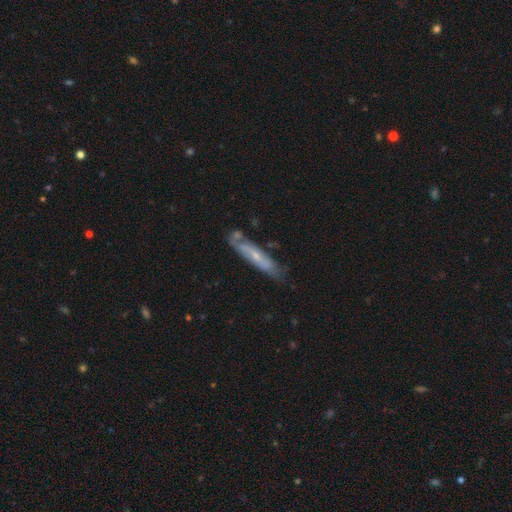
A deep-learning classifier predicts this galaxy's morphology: Smooth or featured? Predicted: featured or disk (p=0.62). Edge-on disk? Predicted: no (p=0.52). Merging? Predicted: none (p=0.64).